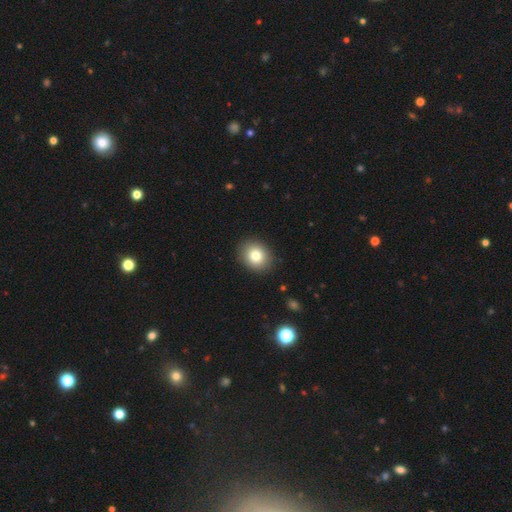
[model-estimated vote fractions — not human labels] This is likely a smooth galaxy (80%). How rounded: likely round (62%). Merging: clearly none (89%).